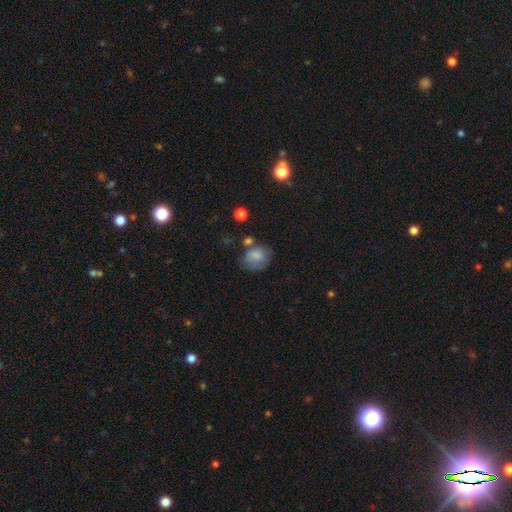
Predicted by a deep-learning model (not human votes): A smooth galaxy with no disk features (76%) that is round (55%).

Vote fractions:
- Smooth or featured? smooth: 76% / featured or disk: 14% / star or artifact: 9%
- How rounded? round: 55% / in between: 44% / cigar-shaped: 1%
- Merging? none: 51% / minor disturbance: 24% / merger: 13% / major disturbance: 12%